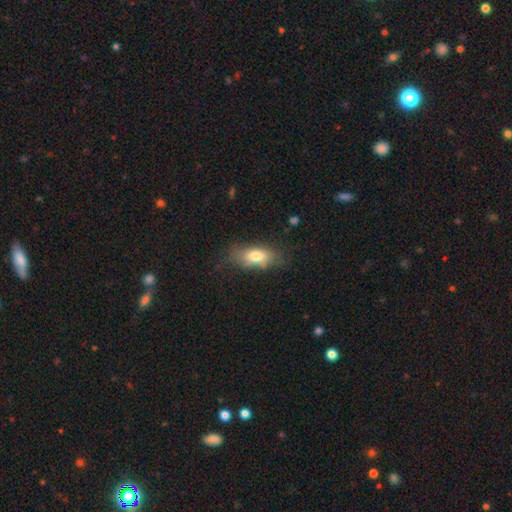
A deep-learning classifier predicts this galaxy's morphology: Smooth or featured?
  - smooth: 76% *
  - featured or disk: 16%
  - star or artifact: 8%
How rounded?
  - in between: 83% *
  - cigar-shaped: 11%
  - round: 6%
Merging?
  - none: 65% *
  - minor disturbance: 24%
  - major disturbance: 10%
  - merger: 2%